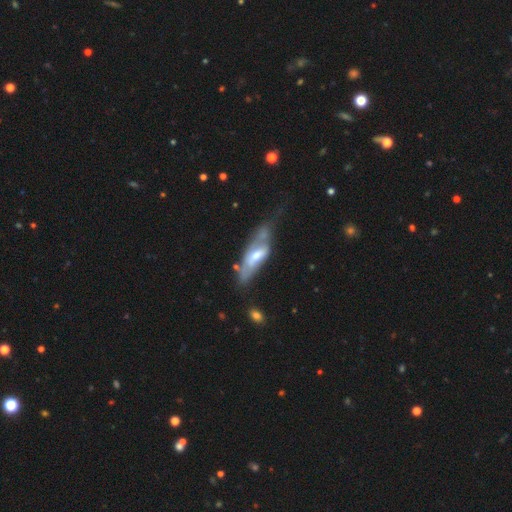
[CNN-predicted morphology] This is possibly a featured or disk galaxy (55%). It is likely not viewed edge-on (72%). Merging: marginally major disturbance (35%).